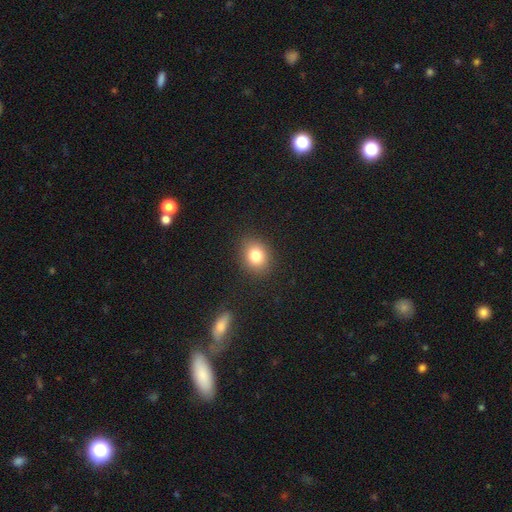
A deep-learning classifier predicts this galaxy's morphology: This appears to be a smooth galaxy with no disk features (80%) that is round (55%). Merging: none (87%).